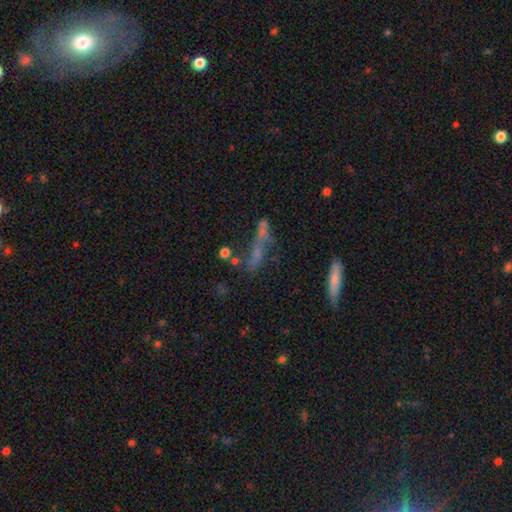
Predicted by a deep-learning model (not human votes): Smooth or featured: featured or disk — 41% (smooth — 38%)
Merging: none — 40% (merger — 24%)